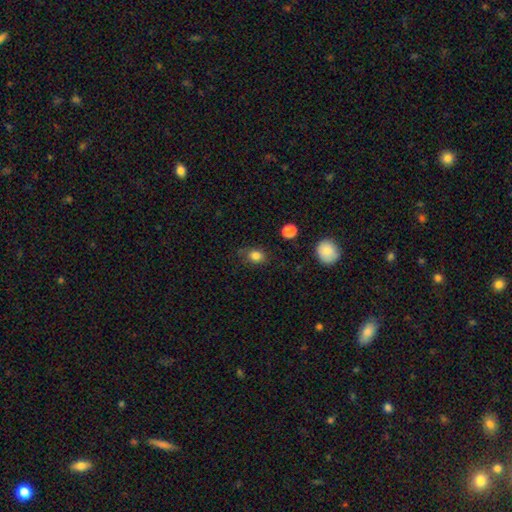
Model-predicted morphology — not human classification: Overall: smooth (83%). How rounded: round (51%; in between 48%). Merging: none (71%).